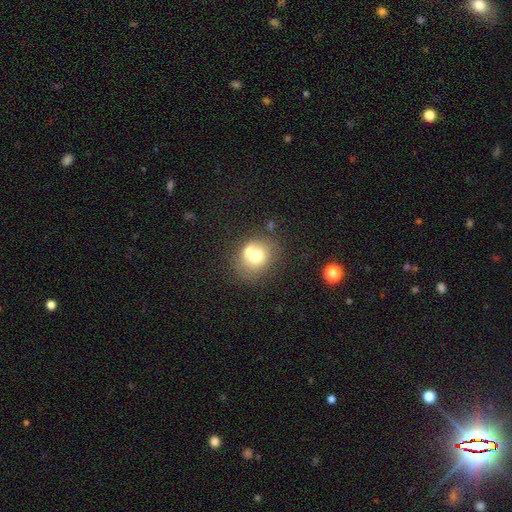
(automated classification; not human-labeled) A smooth galaxy with no disk features (65%) that is round (65%).

Vote fractions:
- Smooth or featured? smooth: 65% / featured or disk: 24% / star or artifact: 11%
- How rounded? round: 65% / in between: 34% / cigar-shaped: 1%
- Merging? merger: 43% / none: 40% / minor disturbance: 12% / major disturbance: 5%